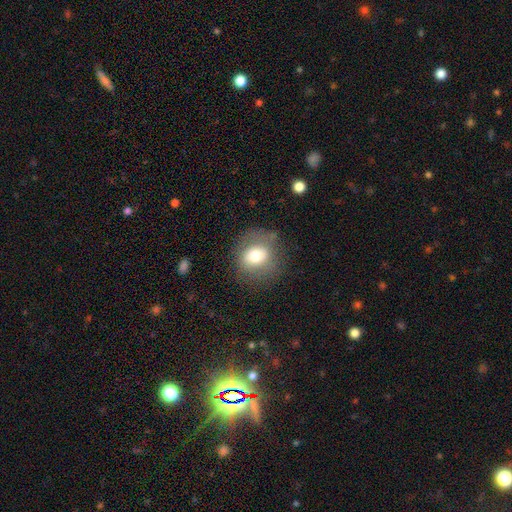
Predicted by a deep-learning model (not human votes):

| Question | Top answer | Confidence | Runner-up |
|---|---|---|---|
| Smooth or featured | smooth | 69% | featured or disk (22%) |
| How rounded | round | 70% | in between (29%) |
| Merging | none | 69% | minor disturbance (19%) |